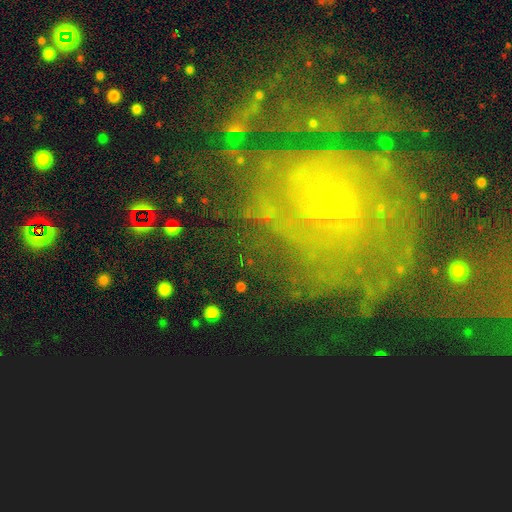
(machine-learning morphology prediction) The model was most divided on "spiral arm count": can't tell: 34%, 2: 19%, 3: 13%, more than 4: 13%, 4: 12%, 1: 10%. More confident: edge-on disk — no (97%); spiral arms — yes (92%); bulge size — small (84%); smooth or featured — featured or disk (78%); bar — no (70%); spiral winding — tight (69%); merging — none (65%).